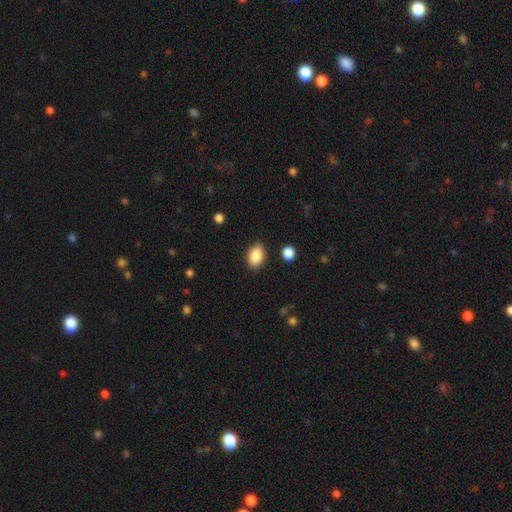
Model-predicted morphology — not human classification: A smooth galaxy with no disk features (87%) that is in between round and cigar-shaped (87%).

Vote fractions:
- Smooth or featured? smooth: 87% / star or artifact: 8% / featured or disk: 5%
- How rounded? in between: 87% / round: 11% / cigar-shaped: 2%
- Merging? none: 84% / minor disturbance: 11% / major disturbance: 3% / merger: 2%